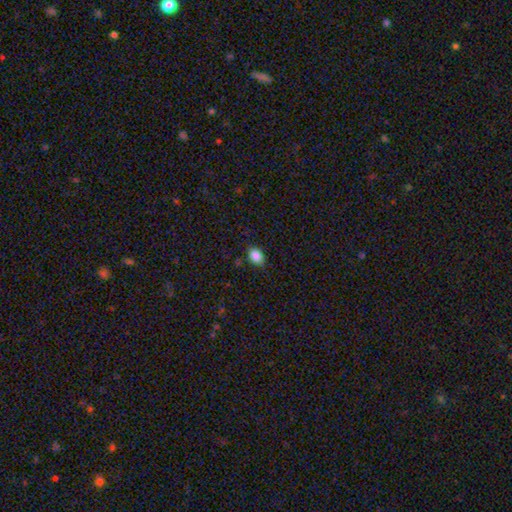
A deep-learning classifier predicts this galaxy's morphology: This is clearly a smooth galaxy (86%). How rounded: likely in between (70%). Merging: clearly none (81%).